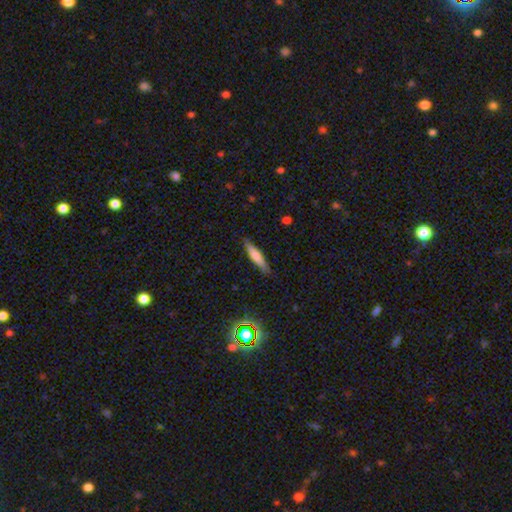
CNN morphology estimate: A smooth galaxy with no disk features (66%) that is cigar-shaped (87%). Merging: none (86%).